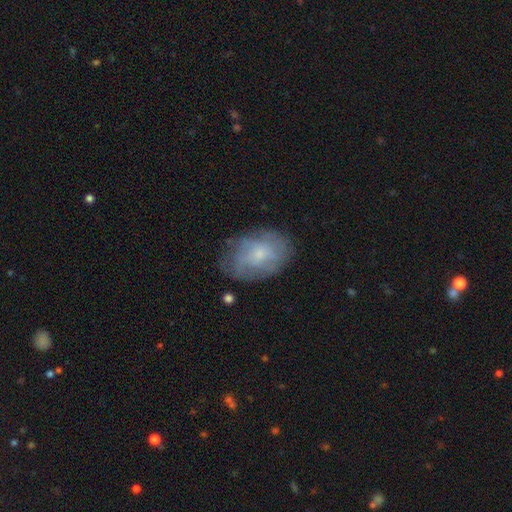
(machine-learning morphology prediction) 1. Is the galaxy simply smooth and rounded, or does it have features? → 44% featured or disk, 42% smooth, 14% star or artifact.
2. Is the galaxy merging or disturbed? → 77% none, 17% minor disturbance, 5% major disturbance, 1% merger.